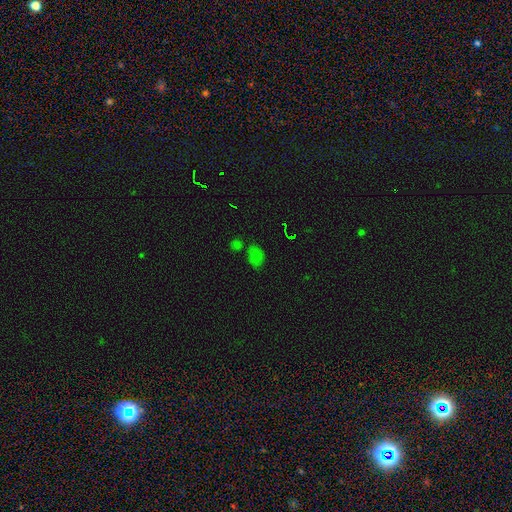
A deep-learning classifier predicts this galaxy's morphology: The model was most divided on "smooth or featured": smooth: 56%, star or artifact: 34%, featured or disk: 10%. More confident: how rounded — in between (69%); merging — none (61%).